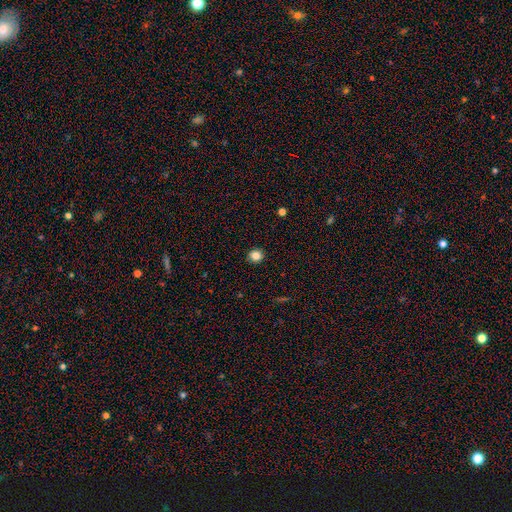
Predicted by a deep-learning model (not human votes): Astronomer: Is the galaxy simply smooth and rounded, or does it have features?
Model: smooth — 84%.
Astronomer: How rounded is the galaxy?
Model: round — 90%.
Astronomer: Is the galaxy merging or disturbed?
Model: none — 92%.